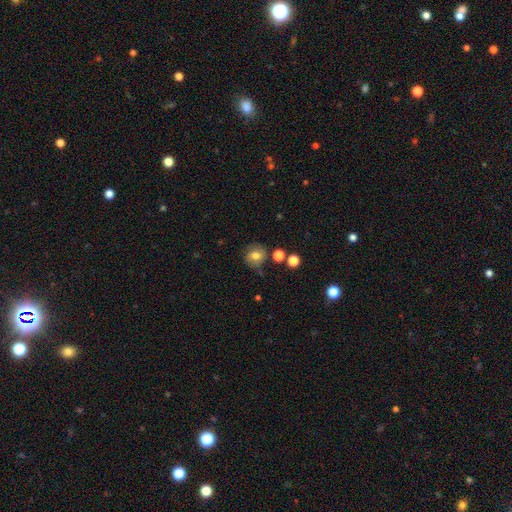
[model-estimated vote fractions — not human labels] A smooth galaxy with no disk features (72%) that is round (82%).

Vote fractions:
- Smooth or featured? smooth: 72% / featured or disk: 16% / star or artifact: 12%
- How rounded? round: 82% / in between: 17% / cigar-shaped: 1%
- Merging? none: 69% / minor disturbance: 19% / major disturbance: 6% / merger: 6%